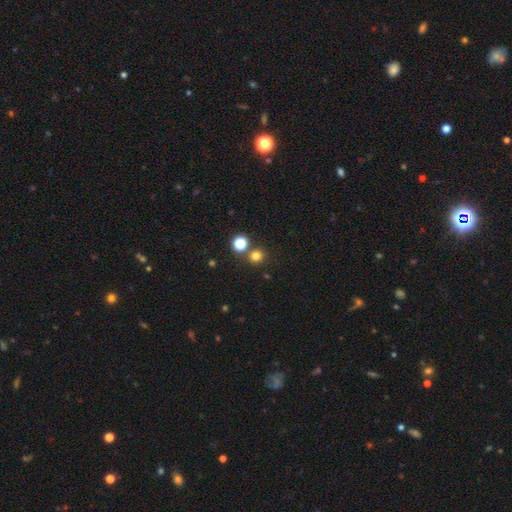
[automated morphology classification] smooth-or-featured: smooth: 76% | star or artifact: 18% | featured or disk: 5%
  how-rounded: round: 90% | in between: 9% | cigar-shaped: 1%
  merging: none: 78% | merger: 13% | minor disturbance: 7% | major disturbance: 3%